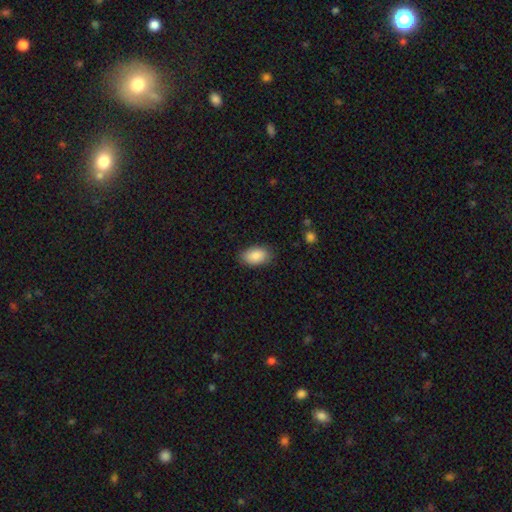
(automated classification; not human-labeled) A smooth galaxy with no disk features (87%) that is in between round and cigar-shaped (92%). Merging: none (84%).